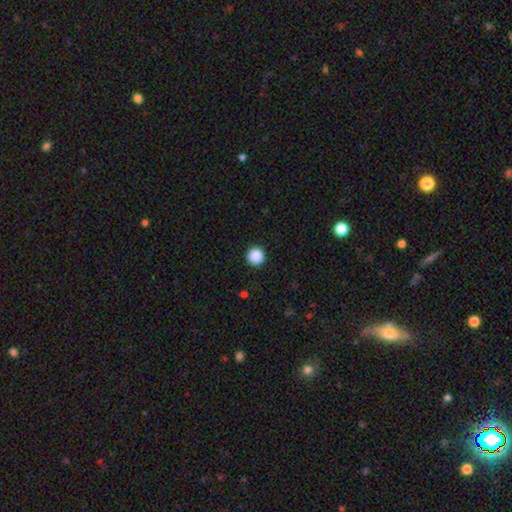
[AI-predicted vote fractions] smooth 88%, star or artifact 9%, featured or disk 2%. Down the decision tree: how rounded — round (96%); merging — none (93%).